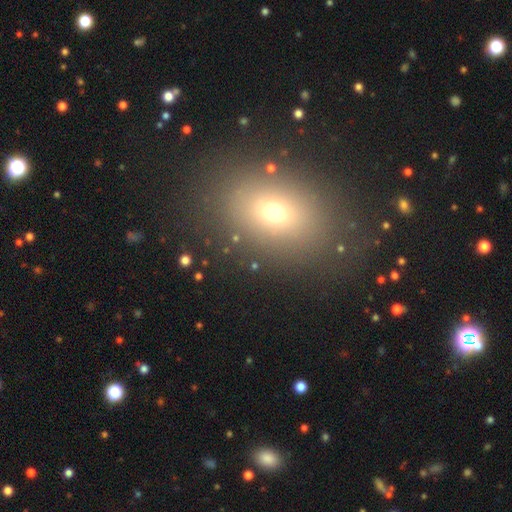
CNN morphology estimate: The model was most divided on "how rounded": in between: 70%, round: 27%, cigar-shaped: 2%. More confident: merging — none (85%); smooth or featured — smooth (66%).